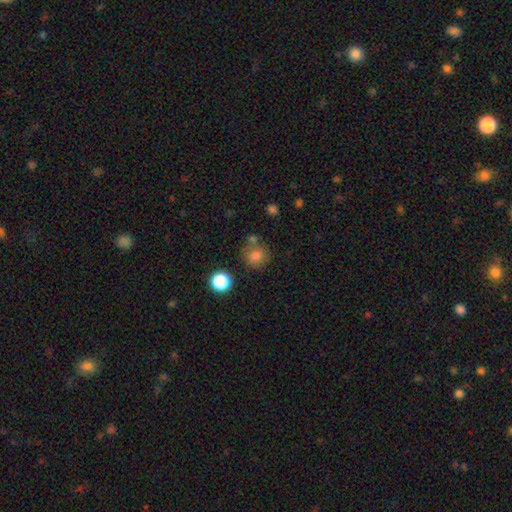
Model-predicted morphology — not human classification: type=smooth (78%); roundness=round (88%); merging=none (66%).